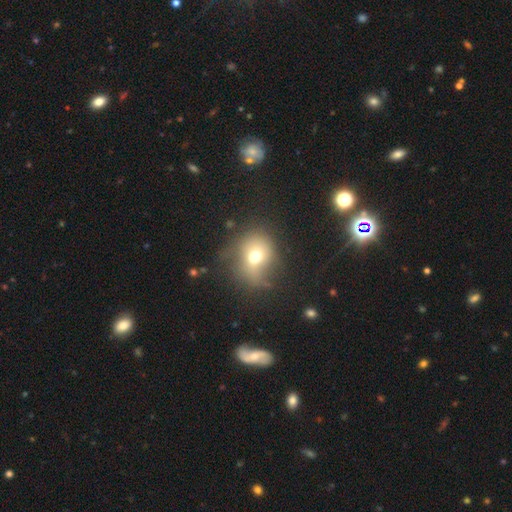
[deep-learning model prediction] Smooth or featured?
  - smooth: 64% *
  - featured or disk: 20%
  - star or artifact: 16%
How rounded?
  - round: 69% *
  - in between: 30%
  - cigar-shaped: 1%
Merging?
  - none: 55% *
  - minor disturbance: 25%
  - major disturbance: 16%
  - merger: 3%